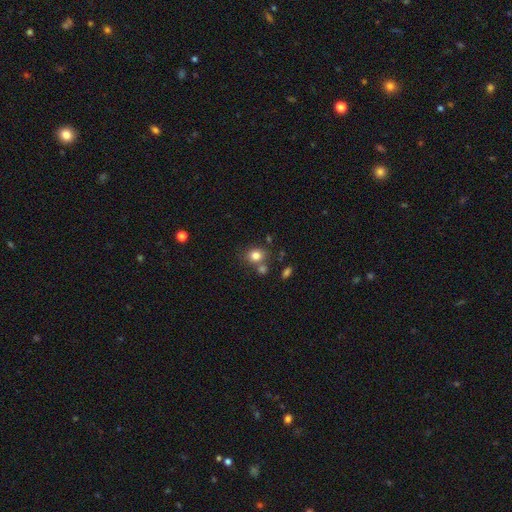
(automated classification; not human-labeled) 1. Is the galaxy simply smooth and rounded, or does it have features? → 81% smooth, 12% star or artifact, 8% featured or disk.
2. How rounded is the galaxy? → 66% round, 33% in between, 1% cigar-shaped.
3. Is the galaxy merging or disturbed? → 65% none, 18% merger, 12% minor disturbance, 4% major disturbance.